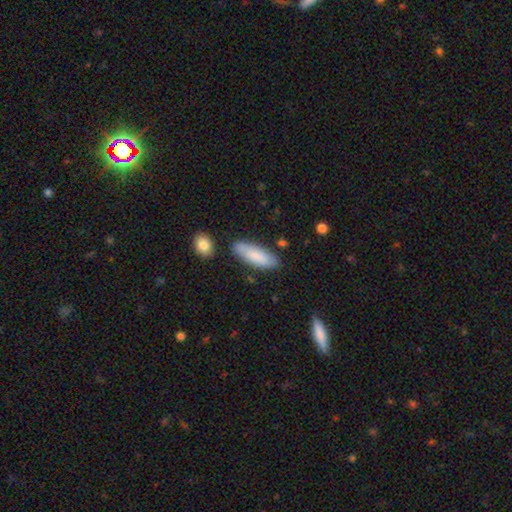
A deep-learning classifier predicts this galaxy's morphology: smooth 83%, featured or disk 11%, star or artifact 6%. Down the decision tree: how rounded — in between (62%); merging — none (79%).